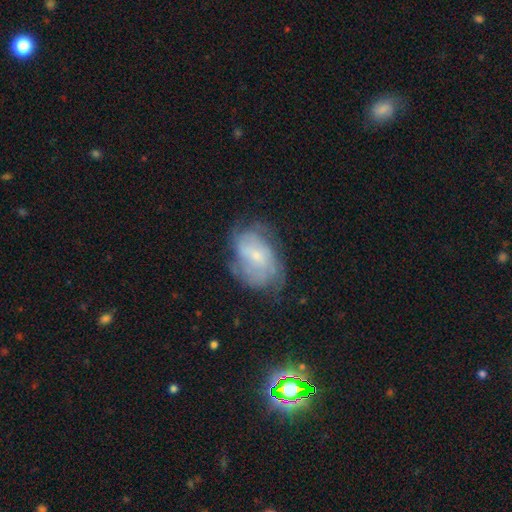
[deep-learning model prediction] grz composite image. It shows a featured or disk galaxy (62%) with no bar (55%), spiral arms (76%) and a small central bulge (67%). Merging: none (56%).